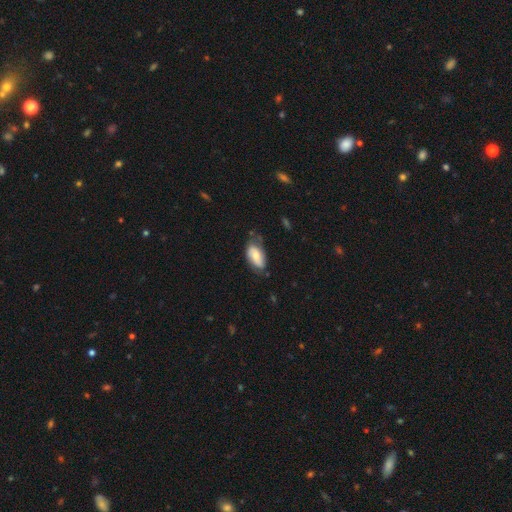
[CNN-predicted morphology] smooth-or-featured: smooth: 63% | featured or disk: 31% | star or artifact: 7%
  how-rounded: in between: 92% | cigar-shaped: 4% | round: 4%
  merging: none: 55% | minor disturbance: 33% | major disturbance: 9% | merger: 2%